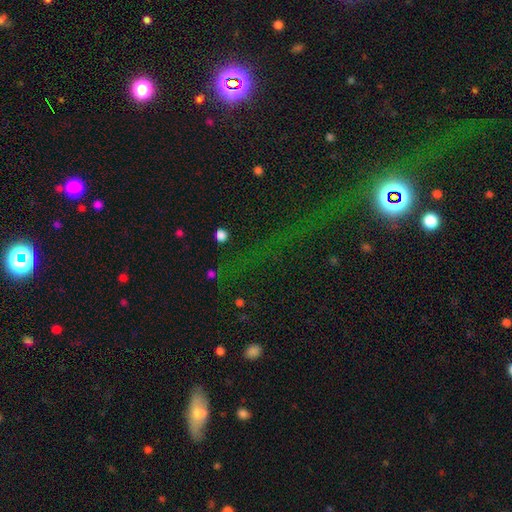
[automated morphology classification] star or artifact 64%, smooth 21%, featured or disk 15%.